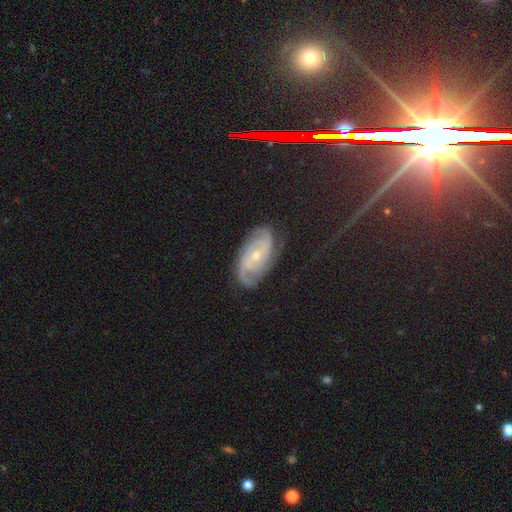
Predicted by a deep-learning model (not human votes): A featured or disk galaxy (83%) with no bar (45%), 2 (52%) tight (57%) spiral arms (97%) and a small central bulge (65%). Merging: none (80%).